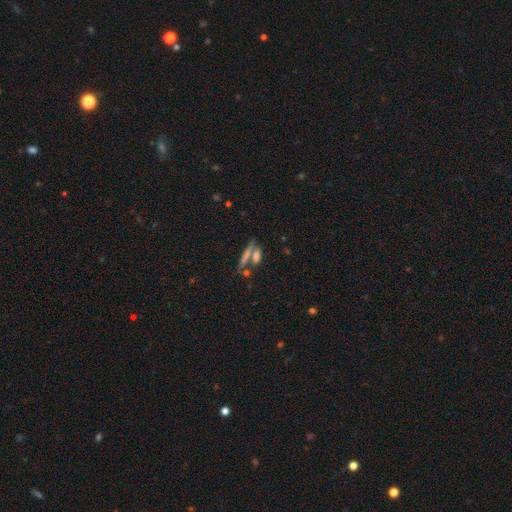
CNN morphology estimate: Overall: smooth (65%). How rounded: cigar-shaped (55%; in between 38%). Merging: none (47%; merger 38%).